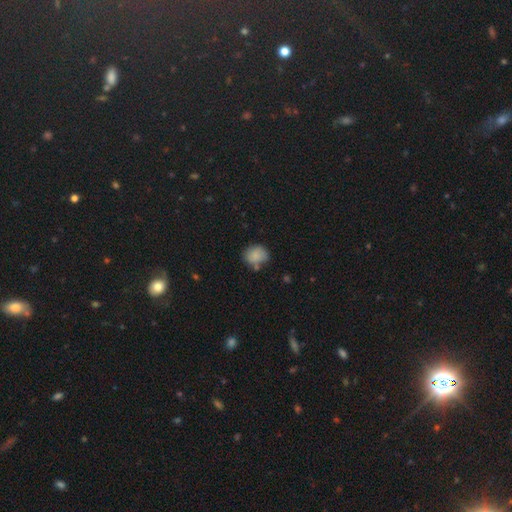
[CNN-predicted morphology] smooth 83%, star or artifact 9%, featured or disk 8%. Down the decision tree: how rounded — round (64%); merging — none (61%).